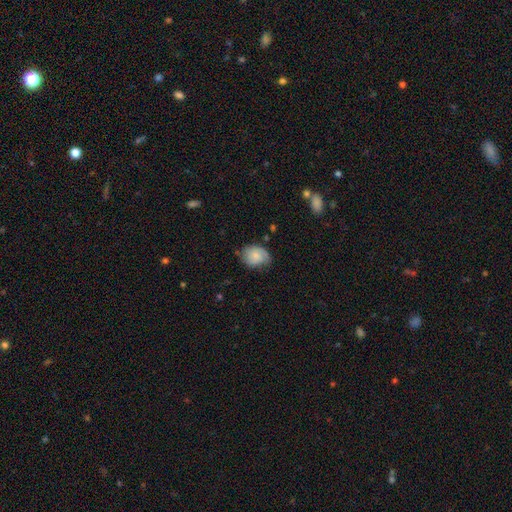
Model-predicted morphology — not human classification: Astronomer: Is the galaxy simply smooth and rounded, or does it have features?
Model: smooth — 61%.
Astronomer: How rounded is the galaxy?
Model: in between — 55% (runner-up: round, 45%).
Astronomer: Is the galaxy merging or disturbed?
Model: none — 59%.